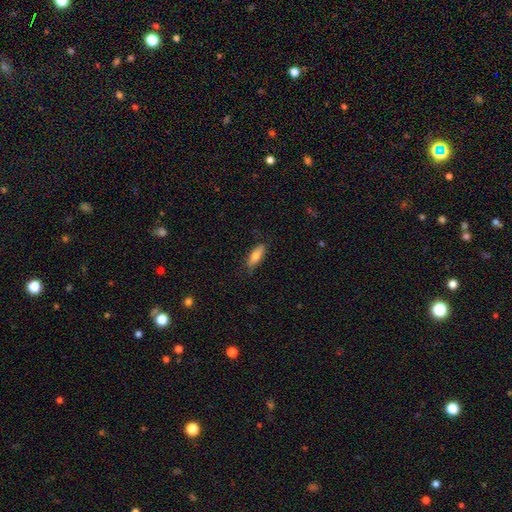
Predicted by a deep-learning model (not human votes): smooth-or-featured: smooth: 76% | featured or disk: 17% | star or artifact: 6%
  how-rounded: in between: 66% | cigar-shaped: 32% | round: 2%
  merging: none: 80% | minor disturbance: 16% | major disturbance: 3% | merger: 1%